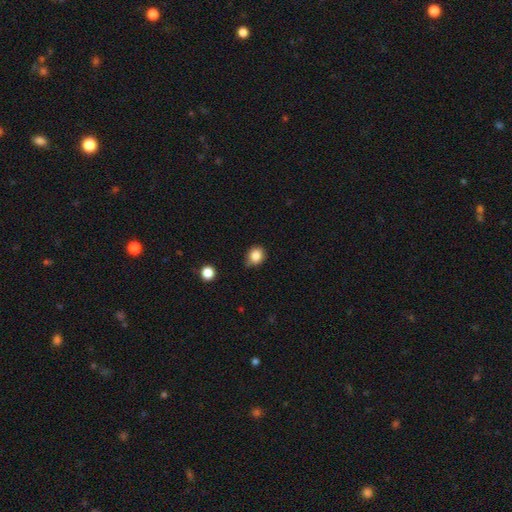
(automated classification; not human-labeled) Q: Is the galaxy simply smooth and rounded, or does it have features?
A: smooth — 84%.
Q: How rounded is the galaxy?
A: round — 70%.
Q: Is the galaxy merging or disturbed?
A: none — 69%.